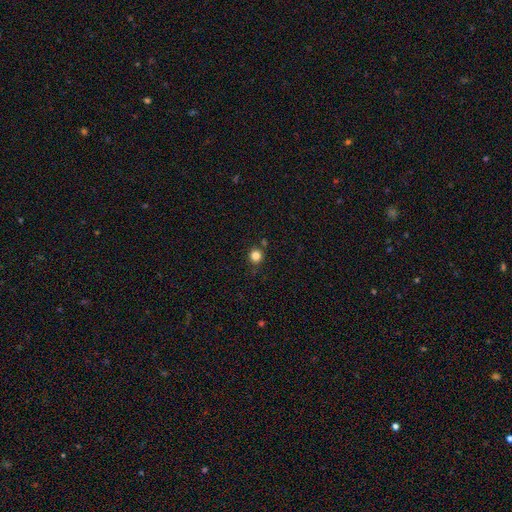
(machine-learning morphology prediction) Smooth or featured? Predicted: smooth (p=0.83). How rounded? Predicted: round (p=0.94). Merging? Predicted: none (p=0.86).